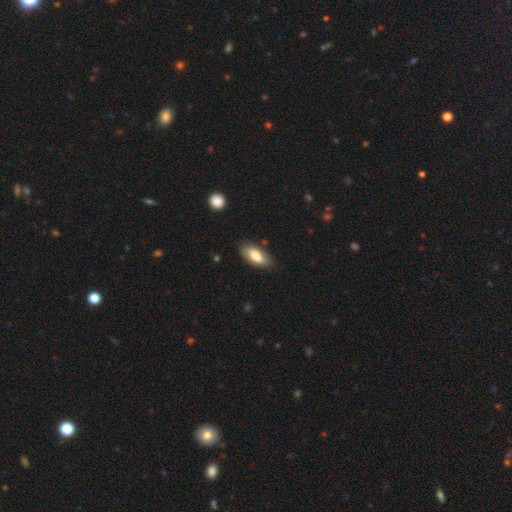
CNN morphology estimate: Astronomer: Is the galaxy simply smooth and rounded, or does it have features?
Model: smooth — 73%.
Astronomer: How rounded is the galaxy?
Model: in between — 87%.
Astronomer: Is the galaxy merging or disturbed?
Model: none — 80%.